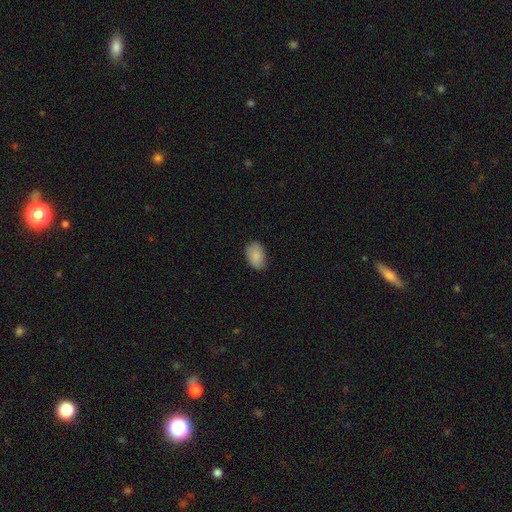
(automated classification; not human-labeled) Smooth or featured?
  - smooth: 87% *
  - star or artifact: 7%
  - featured or disk: 6%
How rounded?
  - in between: 85% *
  - round: 14%
  - cigar-shaped: 1%
Merging?
  - none: 74% *
  - minor disturbance: 21%
  - major disturbance: 4%
  - merger: 1%